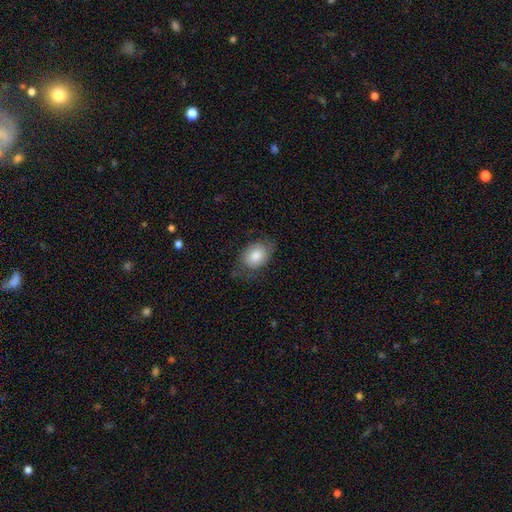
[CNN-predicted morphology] smooth_or_featured: smooth (p=0.68) [alt: featured or disk p=0.24]
how_rounded: in between (p=0.71) [alt: round p=0.28]
merging: none (p=0.61) [alt: minor disturbance p=0.25]